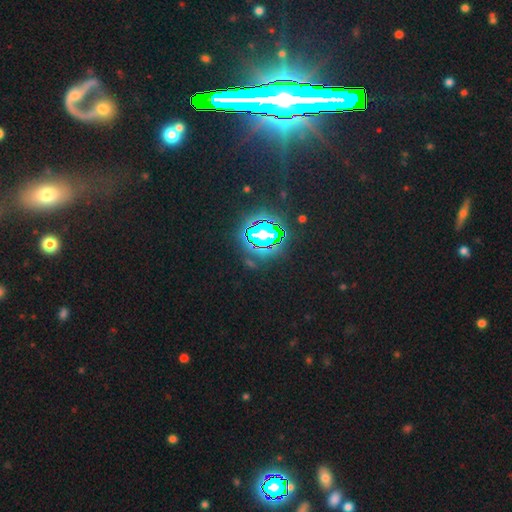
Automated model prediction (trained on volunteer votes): A star or artifact, not a galaxy (82%).

Vote fractions:
- Smooth or featured? star or artifact: 82% / featured or disk: 9% / smooth: 9%